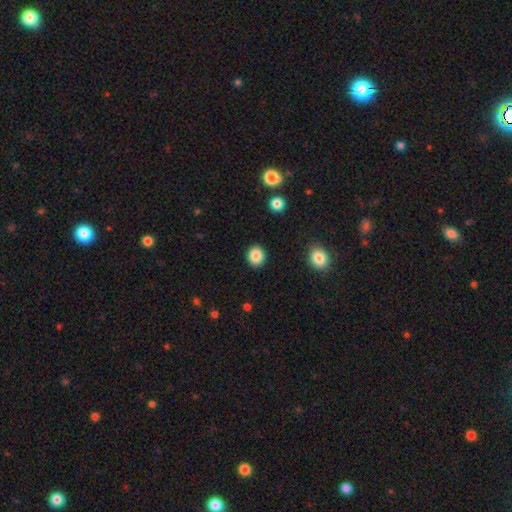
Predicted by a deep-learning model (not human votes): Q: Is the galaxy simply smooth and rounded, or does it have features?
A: smooth — 86%.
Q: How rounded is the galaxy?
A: round — 81%.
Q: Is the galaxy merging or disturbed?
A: none — 91%.